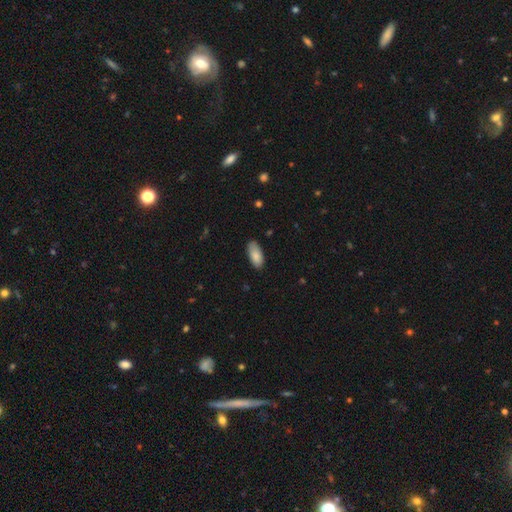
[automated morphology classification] This appears to be a smooth galaxy with no disk features (86%) that is in between round and cigar-shaped (89%). Merging: none (80%).